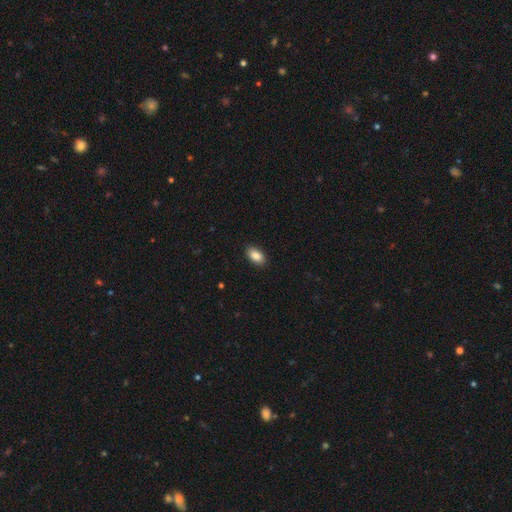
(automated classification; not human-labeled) A smooth galaxy with no disk features (87%) that is in between round and cigar-shaped (92%). Merging: none (89%).